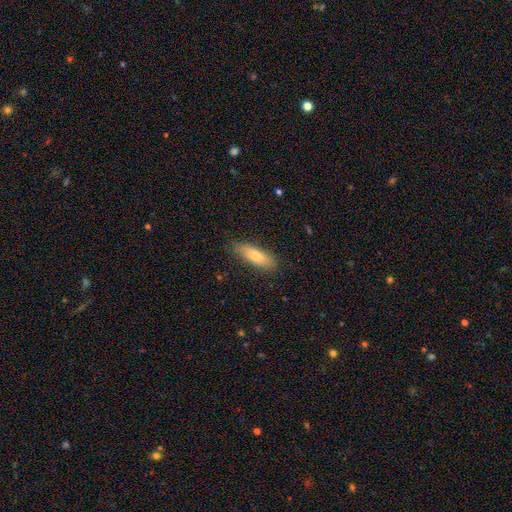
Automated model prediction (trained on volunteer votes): Smooth or featured?
  - smooth: 78% *
  - featured or disk: 16%
  - star or artifact: 6%
How rounded?
  - cigar-shaped: 51% *
  - in between: 48%
  - round: 2%
Merging?
  - none: 83% *
  - minor disturbance: 13%
  - major disturbance: 3%
  - merger: 1%